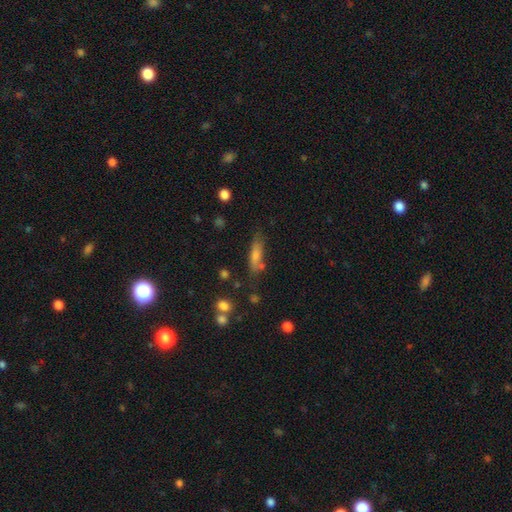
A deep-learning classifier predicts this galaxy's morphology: A smooth galaxy with no disk features (63%) that is cigar-shaped (63%).

Vote fractions:
- Smooth or featured? smooth: 63% / featured or disk: 25% / star or artifact: 12%
- How rounded? cigar-shaped: 63% / in between: 34% / round: 3%
- Merging? none: 70% / minor disturbance: 18% / merger: 7% / major disturbance: 6%